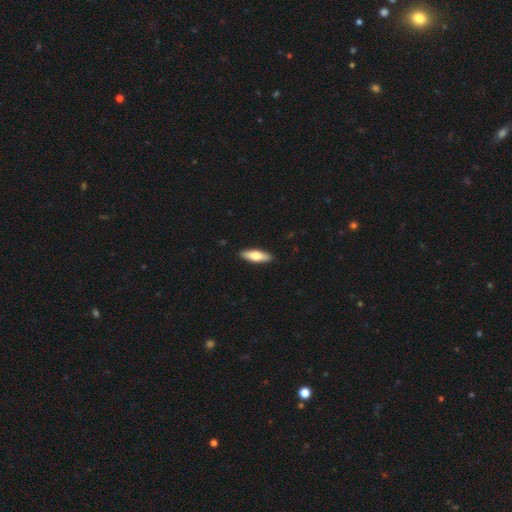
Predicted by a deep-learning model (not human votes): Overall: smooth (69%). How rounded: in between (52%; cigar-shaped 46%). Merging: none (91%).